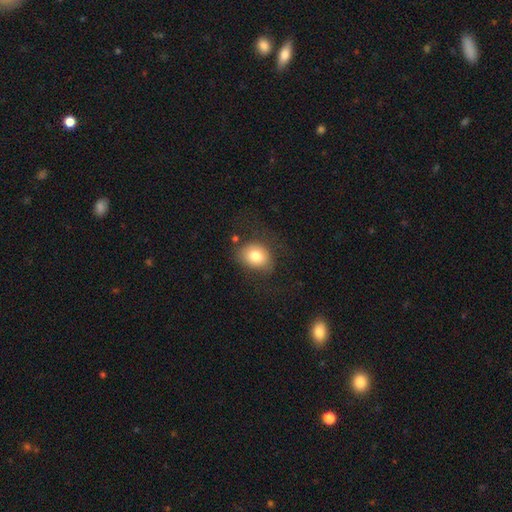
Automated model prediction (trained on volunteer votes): smooth 79%, featured or disk 12%, star or artifact 8%. Down the decision tree: how rounded — in between (54%); merging — none (67%).